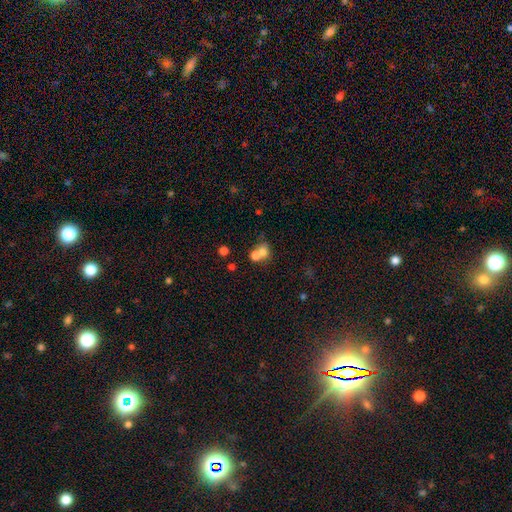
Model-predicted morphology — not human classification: Smooth or featured: smooth — 51% (star or artifact — 33%)
How rounded: round — 73% (in between — 25%)
Merging: merger — 44% (none — 43%)